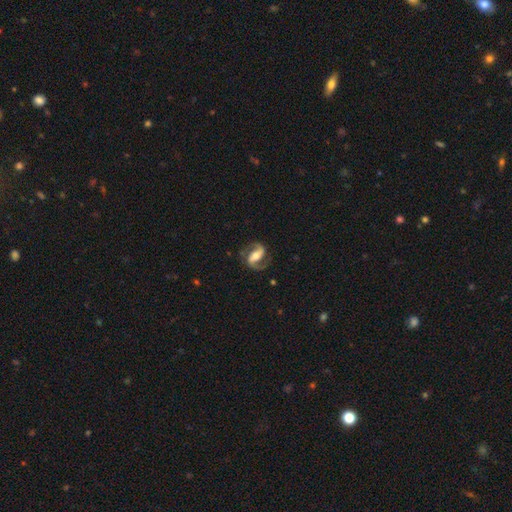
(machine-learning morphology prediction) featured or disk 89%, smooth 7%, star or artifact 4%. Down the decision tree: edge-on disk — no (97%); bar — strong (52%); spiral arms — yes (97%); spiral arm count — 2 (93%); spiral winding — medium (56%); bulge size — moderate (59%); merging — none (81%).